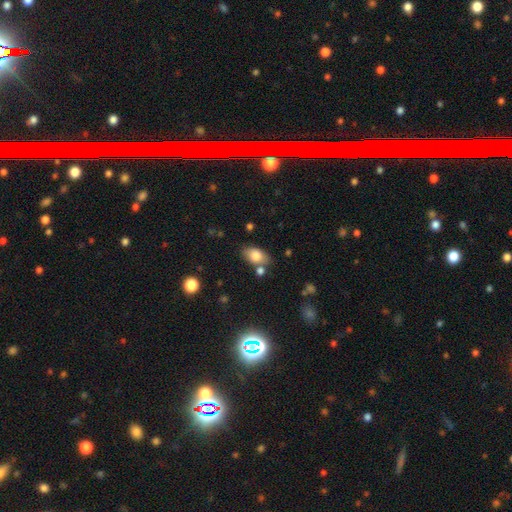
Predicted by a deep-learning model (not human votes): Morphology: type=smooth (81%); roundness=in between (88%); merging=none (70%).